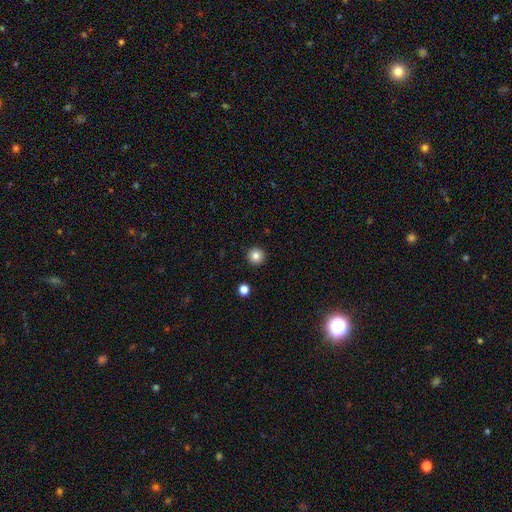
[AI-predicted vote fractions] smooth_or_featured: smooth (p=0.85) [alt: star or artifact p=0.11]
how_rounded: round (p=0.96) [alt: in between p=0.03]
merging: none (p=0.93) [alt: minor disturbance p=0.04]